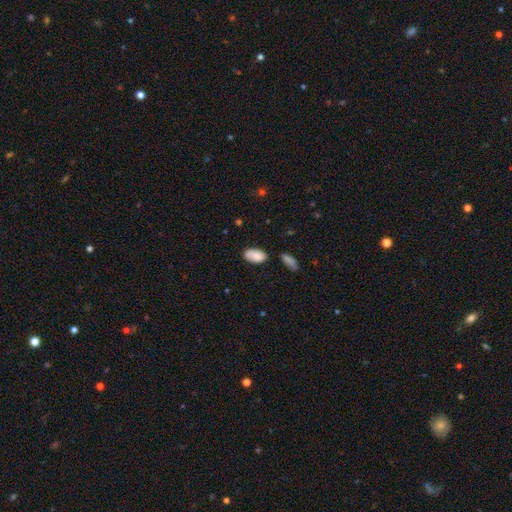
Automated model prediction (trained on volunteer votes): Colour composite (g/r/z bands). It shows a smooth galaxy with no disk features (85%) that is in between round and cigar-shaped (94%). Merging: none (71%).